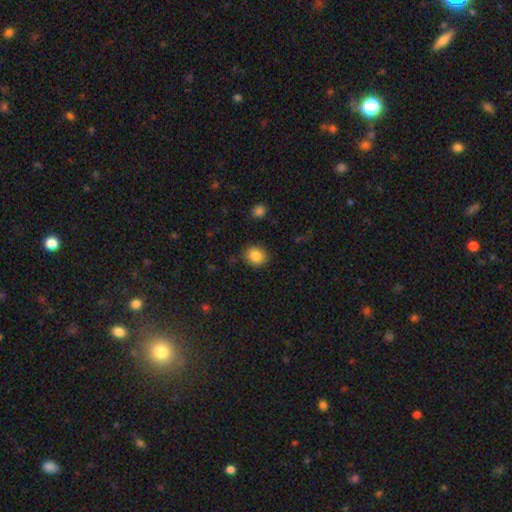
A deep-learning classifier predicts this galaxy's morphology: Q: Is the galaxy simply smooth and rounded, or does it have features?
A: smooth — 86%.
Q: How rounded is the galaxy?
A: round — 75%.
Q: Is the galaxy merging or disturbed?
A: none — 87%.